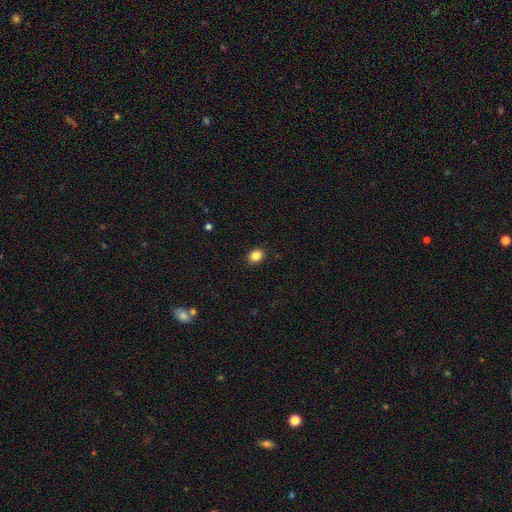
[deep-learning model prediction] Smooth or featured: smooth — 86% (star or artifact — 10%)
How rounded: round — 55% (in between — 44%)
Merging: none — 91% (minor disturbance — 6%)